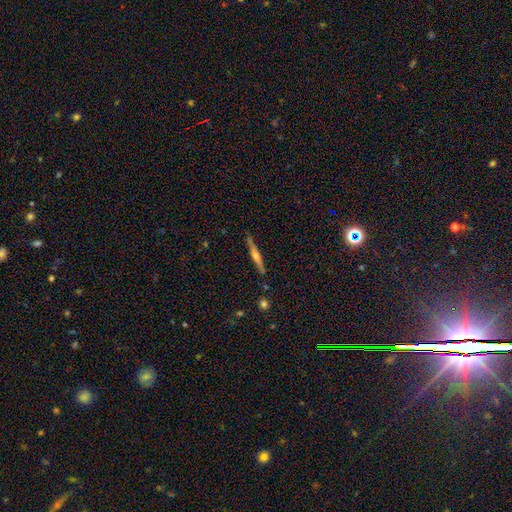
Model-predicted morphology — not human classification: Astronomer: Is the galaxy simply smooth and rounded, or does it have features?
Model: featured or disk — 69%.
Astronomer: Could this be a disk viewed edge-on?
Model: yes — 98%.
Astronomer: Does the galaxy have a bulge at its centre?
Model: rounded — 86%.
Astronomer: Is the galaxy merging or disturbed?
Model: none — 86%.